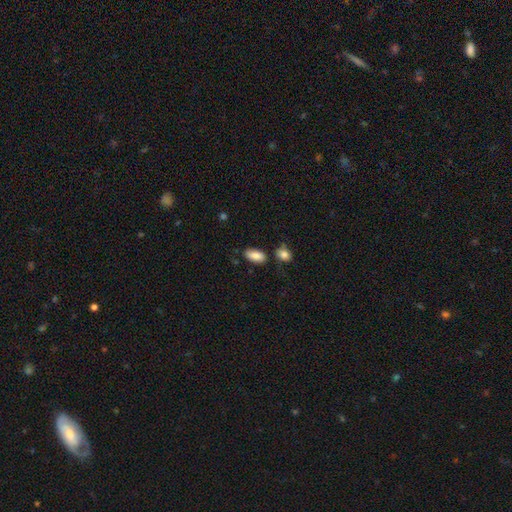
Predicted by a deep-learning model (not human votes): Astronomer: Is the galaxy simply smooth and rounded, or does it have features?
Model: smooth — 87%.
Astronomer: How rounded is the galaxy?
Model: in between — 90%.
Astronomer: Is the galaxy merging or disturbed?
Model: none — 74%.